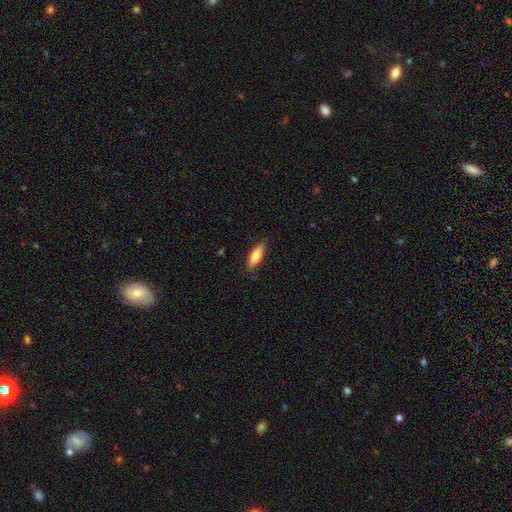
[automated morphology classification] Smooth or featured? Predicted: smooth (p=0.74). How rounded? Predicted: in between (p=0.53). Merging? Predicted: none (p=0.83).